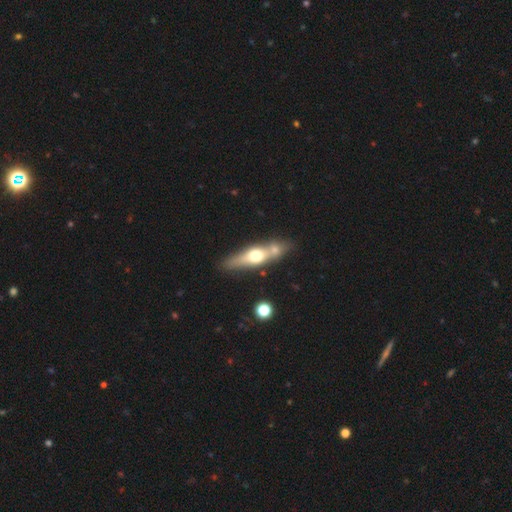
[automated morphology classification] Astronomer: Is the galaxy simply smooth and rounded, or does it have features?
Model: featured or disk — 54% (runner-up: smooth, 40%).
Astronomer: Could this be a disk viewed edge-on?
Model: yes — 86%.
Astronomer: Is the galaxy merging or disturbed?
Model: none — 63%.